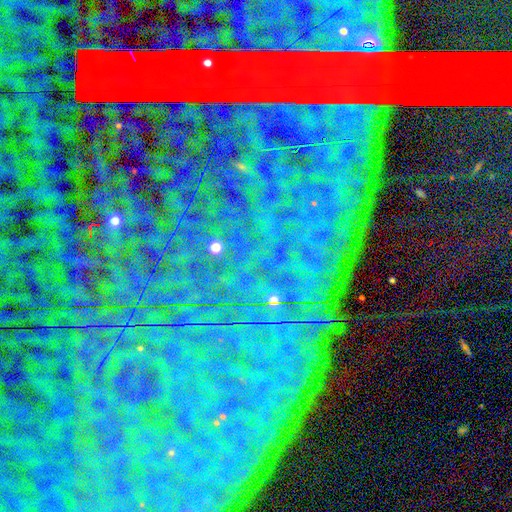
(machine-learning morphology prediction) A star or artifact, not a galaxy (87%).

Vote fractions:
- Smooth or featured? star or artifact: 87% / featured or disk: 7% / smooth: 6%